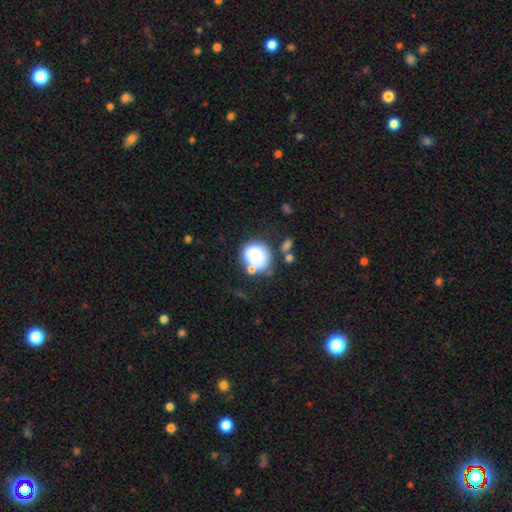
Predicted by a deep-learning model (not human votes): A smooth galaxy with no disk features (76%) that is round (69%). Merging: none (54%).